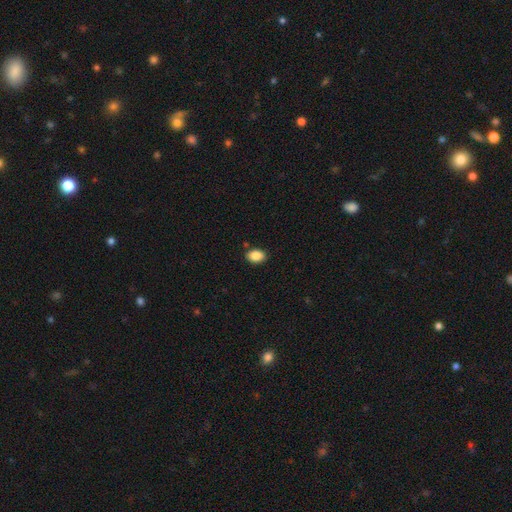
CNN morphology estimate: A smooth galaxy with no disk features (87%) that is in between round and cigar-shaped (78%). Merging: none (87%).